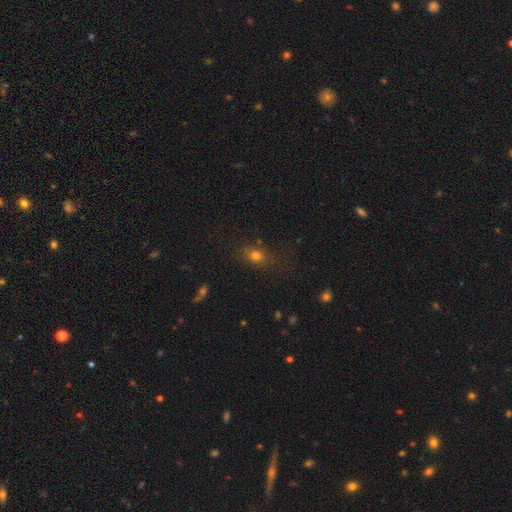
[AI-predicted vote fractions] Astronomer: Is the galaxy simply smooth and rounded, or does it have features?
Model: smooth — 74%.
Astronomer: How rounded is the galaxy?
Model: in between — 62%.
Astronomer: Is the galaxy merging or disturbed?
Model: none — 75%.